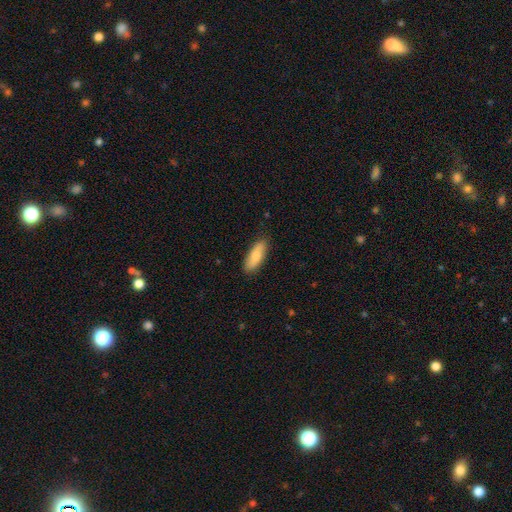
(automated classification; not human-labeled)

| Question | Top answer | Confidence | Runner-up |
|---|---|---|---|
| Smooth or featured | smooth | 76% | featured or disk (18%) |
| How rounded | in between | 69% | cigar-shaped (29%) |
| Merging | none | 85% | minor disturbance (12%) |